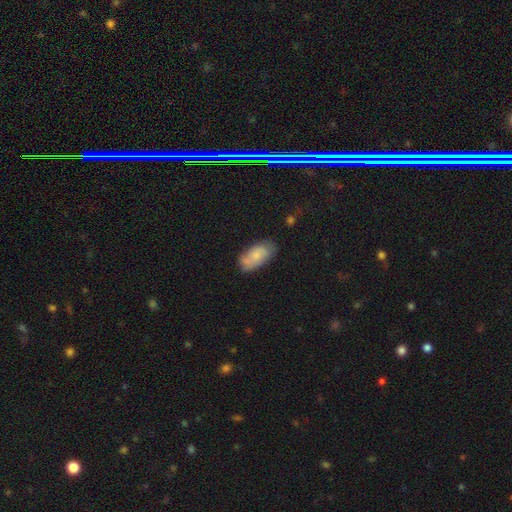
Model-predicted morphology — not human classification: Overall: smooth (68%). How rounded: in between (93%). Merging: none (67%).